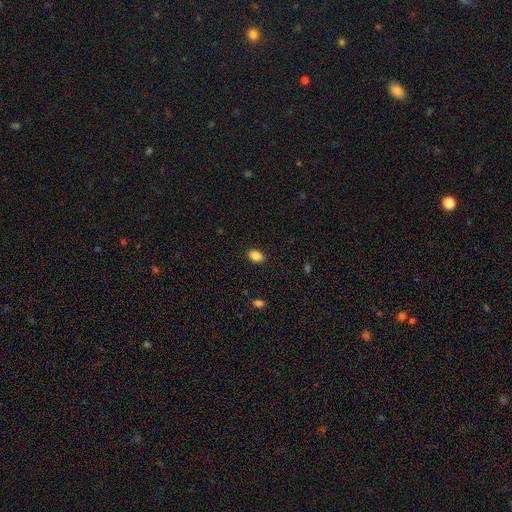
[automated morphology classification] The model was most divided on "how rounded": in between: 85%, round: 13%, cigar-shaped: 2%. More confident: merging — none (89%); smooth or featured — smooth (87%).